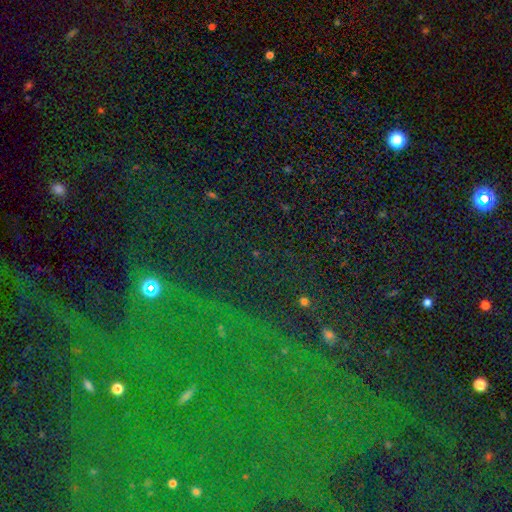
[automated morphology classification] Q: Smooth or featured?
A: star or artifact (78%); runner-up: smooth (12%)